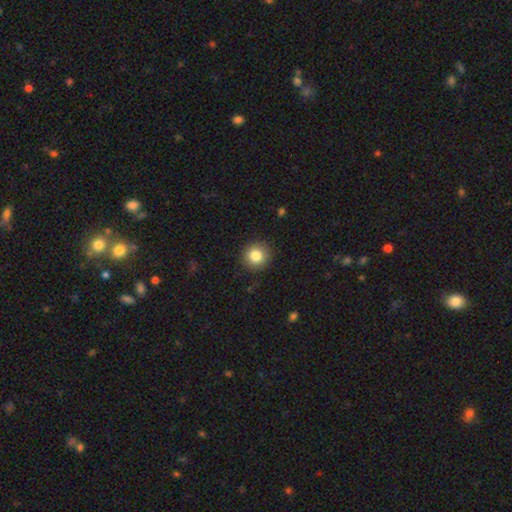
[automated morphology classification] The model was most divided on "smooth or featured": smooth: 84%, star or artifact: 10%, featured or disk: 6%. More confident: how rounded — round (92%); merging — none (90%).